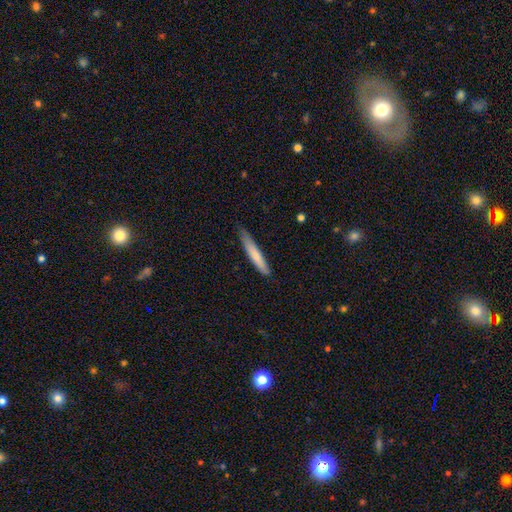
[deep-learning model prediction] Smooth or featured?
  - smooth: 75% *
  - featured or disk: 19%
  - star or artifact: 5%
How rounded?
  - cigar-shaped: 93% *
  - in between: 6%
  - round: 1%
Merging?
  - none: 78% *
  - minor disturbance: 18%
  - major disturbance: 2%
  - merger: 1%